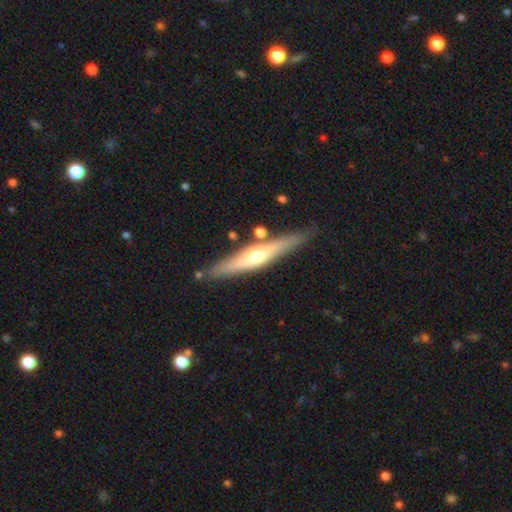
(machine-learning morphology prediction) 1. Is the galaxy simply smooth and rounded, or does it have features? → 64% featured or disk, 31% smooth, 6% star or artifact.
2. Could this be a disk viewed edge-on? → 93% yes, 7% no.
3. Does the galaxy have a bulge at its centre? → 88% rounded, 8% none, 4% boxy.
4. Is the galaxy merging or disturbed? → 83% none, 11% minor disturbance, 4% merger, 2% major disturbance.